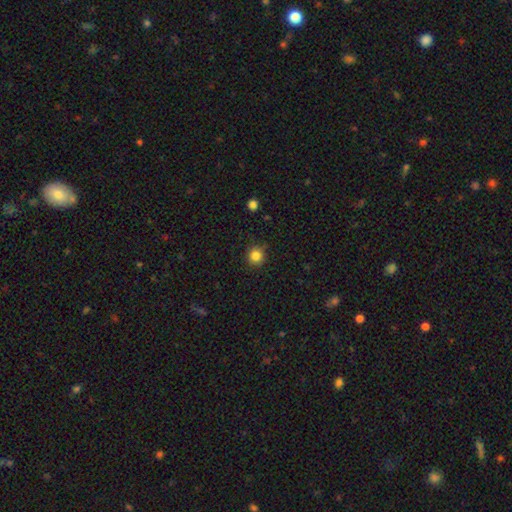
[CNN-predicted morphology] smooth-or-featured: smooth: 84% | star or artifact: 12% | featured or disk: 4%
  how-rounded: round: 93% | in between: 6% | cigar-shaped: 1%
  merging: none: 87% | minor disturbance: 9% | major disturbance: 2% | merger: 1%